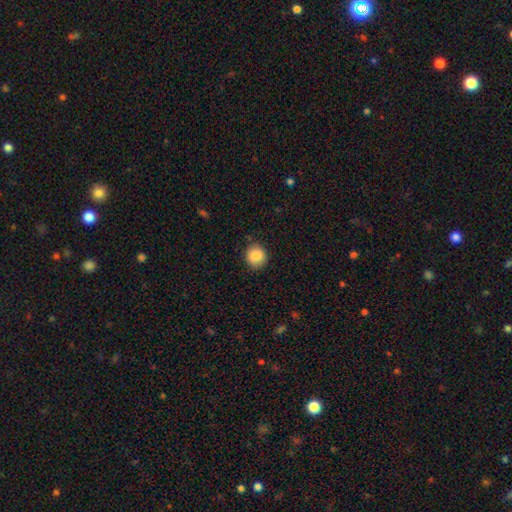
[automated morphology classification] Q: Smooth or featured?
A: smooth (87%); runner-up: star or artifact (8%)
Q: How rounded?
A: round (87%); runner-up: in between (13%)
Q: Merging?
A: none (88%); runner-up: minor disturbance (9%)